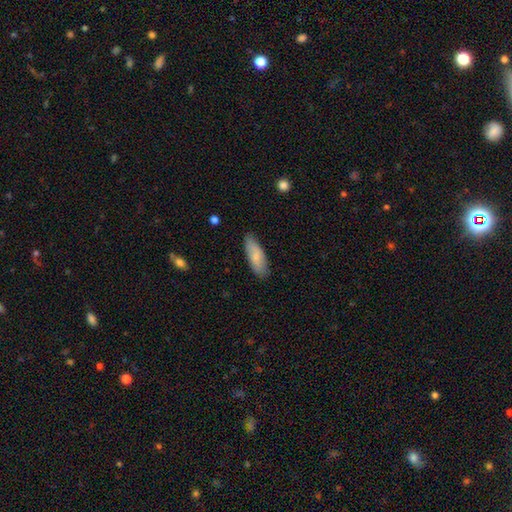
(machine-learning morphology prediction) Smooth or featured? Predicted: smooth (p=0.78). How rounded? Predicted: in between (p=0.66). Merging? Predicted: none (p=0.82).